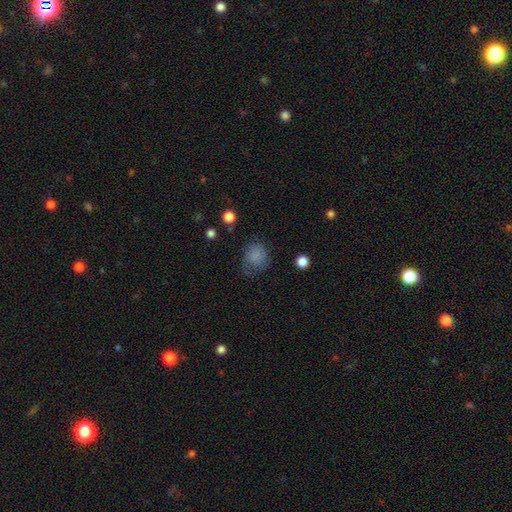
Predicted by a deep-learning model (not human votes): Smooth or featured?
  - smooth: 80% *
  - star or artifact: 11%
  - featured or disk: 8%
How rounded?
  - round: 61% *
  - in between: 38%
  - cigar-shaped: 1%
Merging?
  - none: 59% *
  - minor disturbance: 26%
  - major disturbance: 13%
  - merger: 2%